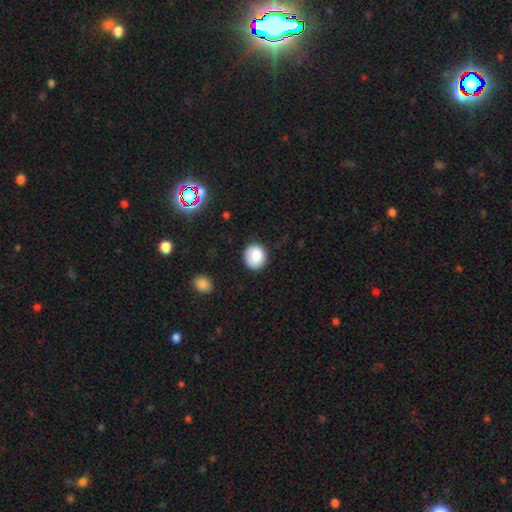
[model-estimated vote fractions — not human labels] Smooth or featured: smooth — 87% (star or artifact — 9%)
How rounded: round — 79% (in between — 20%)
Merging: none — 85% (minor disturbance — 11%)